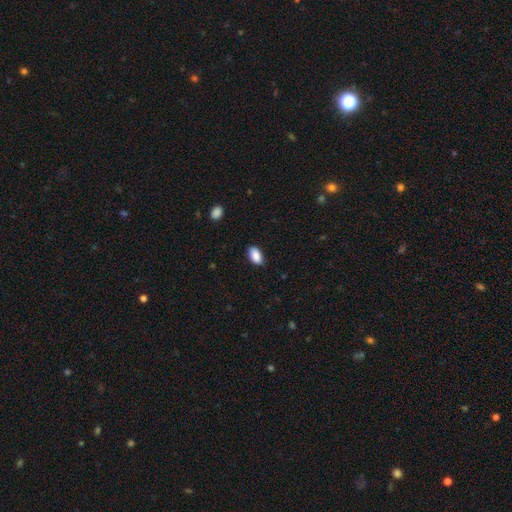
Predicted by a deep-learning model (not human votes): smooth 89%, star or artifact 7%, featured or disk 4%. Down the decision tree: how rounded — in between (94%); merging — none (86%).